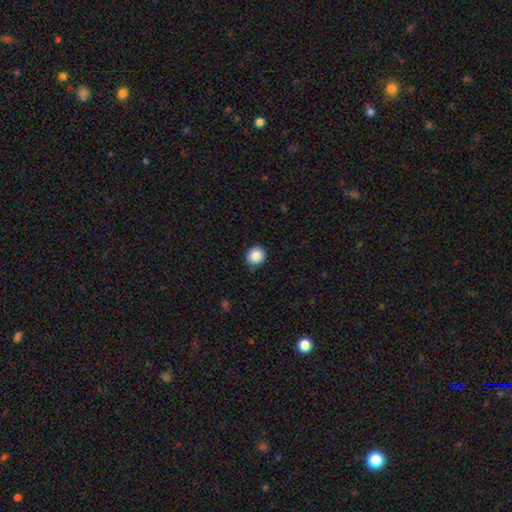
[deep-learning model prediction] Morphology: type=smooth (87%); roundness=round (86%); merging=none (87%).